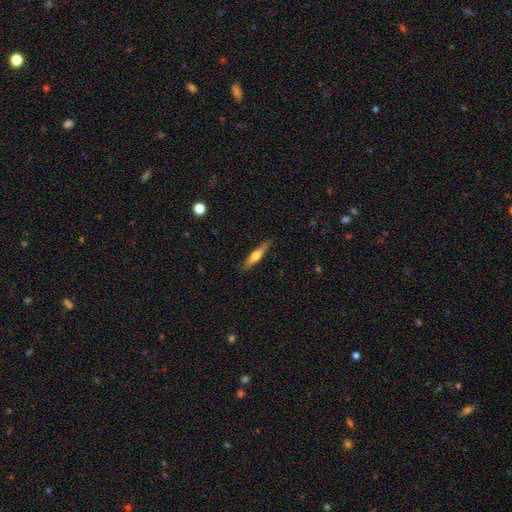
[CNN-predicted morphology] Smooth or featured: featured or disk — 47% (tied with smooth — 47%)
Merging: none — 89% (minor disturbance — 8%)